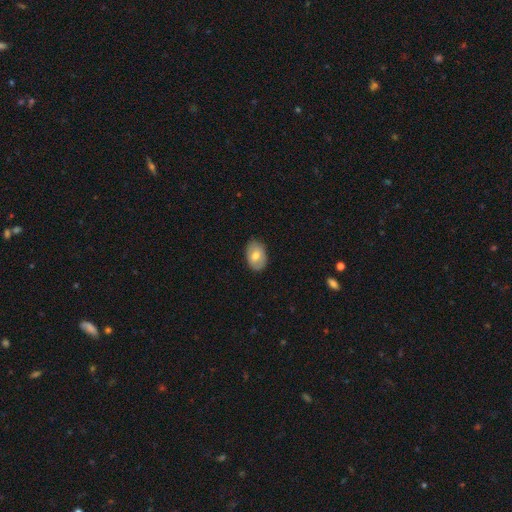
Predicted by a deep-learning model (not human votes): The model was most divided on "smooth or featured": smooth: 66%, featured or disk: 27%, star or artifact: 7%. More confident: how rounded — in between (86%); merging — none (85%).